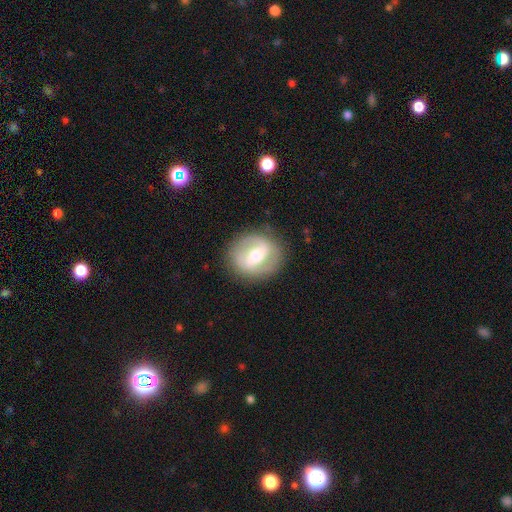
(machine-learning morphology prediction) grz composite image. It shows a featured or disk galaxy (75%) with a strong bar (45%), 2 (85%) medium (44%) spiral arms (80%) and a moderate central bulge (66%). Merging: none (84%).